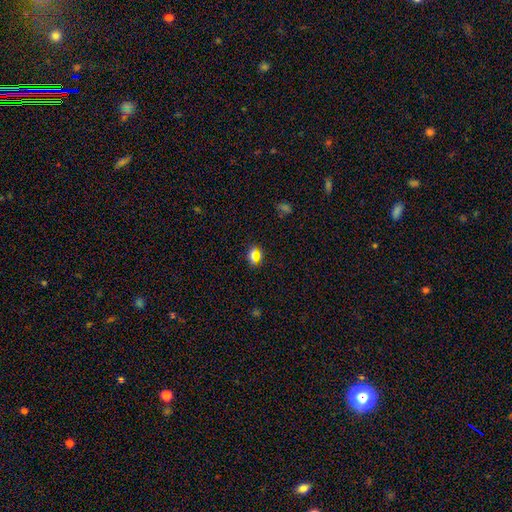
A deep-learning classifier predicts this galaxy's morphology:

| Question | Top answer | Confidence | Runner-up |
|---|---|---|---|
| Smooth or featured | smooth | 62% | star or artifact (29%) |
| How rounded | round | 57% | in between (38%) |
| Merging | none | 84% | minor disturbance (10%) |